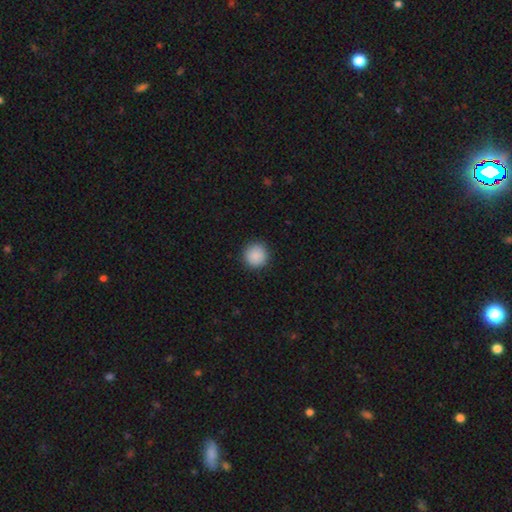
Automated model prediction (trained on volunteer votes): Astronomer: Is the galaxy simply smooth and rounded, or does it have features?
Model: smooth — 89%.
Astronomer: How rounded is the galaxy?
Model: round — 95%.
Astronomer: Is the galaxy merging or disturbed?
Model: none — 91%.